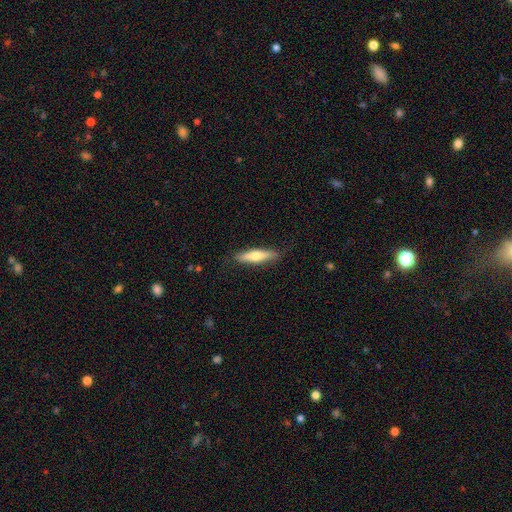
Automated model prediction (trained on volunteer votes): Smooth or featured? smooth (54%)
How rounded? cigar-shaped (76%)
Merging? none (85%)